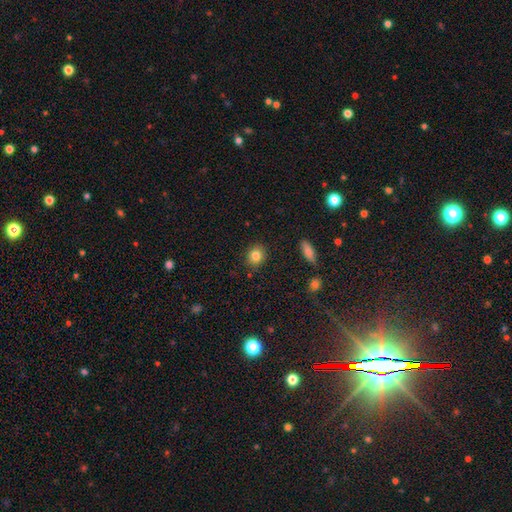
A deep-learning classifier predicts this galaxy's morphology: smooth_or_featured: smooth (p=0.82) [alt: star or artifact p=0.10]
how_rounded: round (p=0.66) [alt: in between p=0.32]
merging: none (p=0.88) [alt: minor disturbance p=0.08]